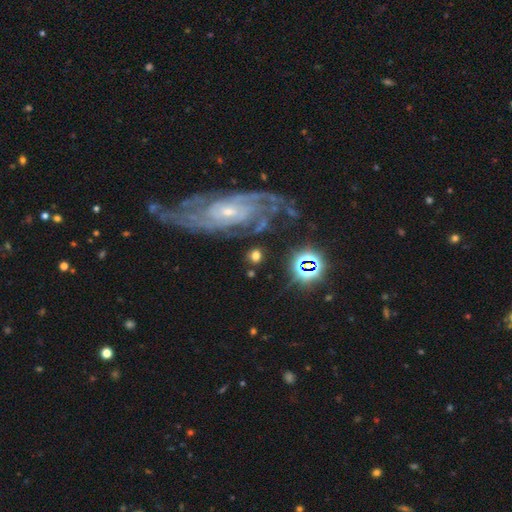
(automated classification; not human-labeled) Morphology: type=smooth (50%); roundness=round (61%); merging=none (75%).